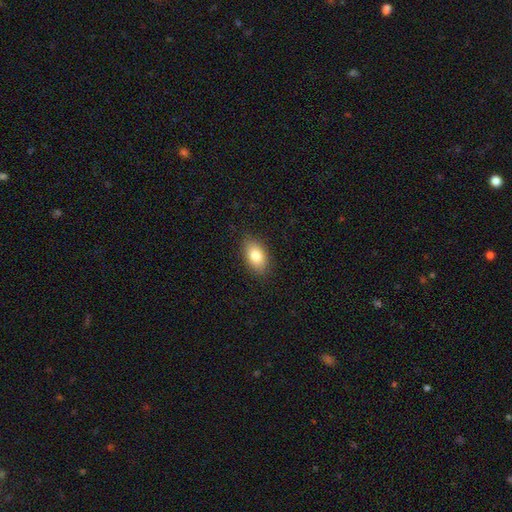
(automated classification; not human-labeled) A smooth galaxy with no disk features (83%) that is in between round and cigar-shaped (91%).

Vote fractions:
- Smooth or featured? smooth: 83% / featured or disk: 10% / star or artifact: 7%
- How rounded? in between: 91% / round: 7% / cigar-shaped: 2%
- Merging? none: 86% / minor disturbance: 10% / major disturbance: 2% / merger: 1%